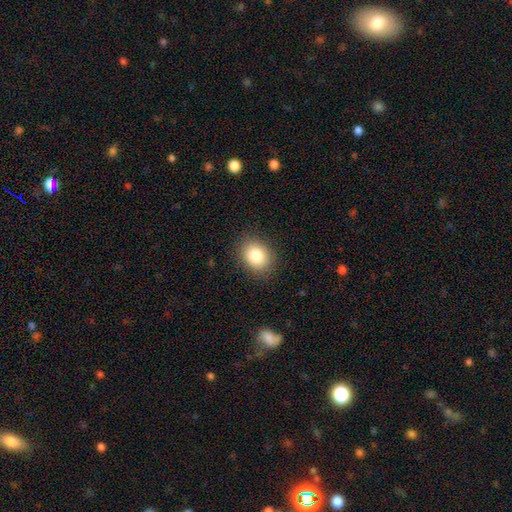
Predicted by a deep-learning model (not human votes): This appears to be a smooth galaxy with no disk features (83%) that is round (50%). Merging: none (88%).